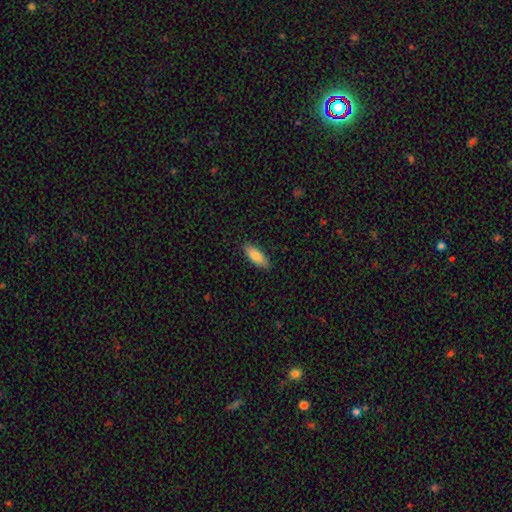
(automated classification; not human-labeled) The model was most divided on "how rounded": in between: 72%, cigar-shaped: 26%, round: 2%. More confident: merging — none (89%); smooth or featured — smooth (86%).